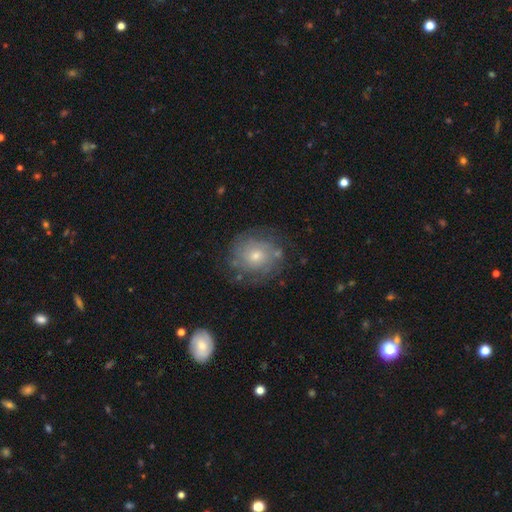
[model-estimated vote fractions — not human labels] Overall: featured or disk (54%; smooth 35%). Edge-on disk: no (96%). Bar: no (82%). Spiral arms: yes (73%). Bulge size: small (52%; moderate 43%). Merging: none (73%).